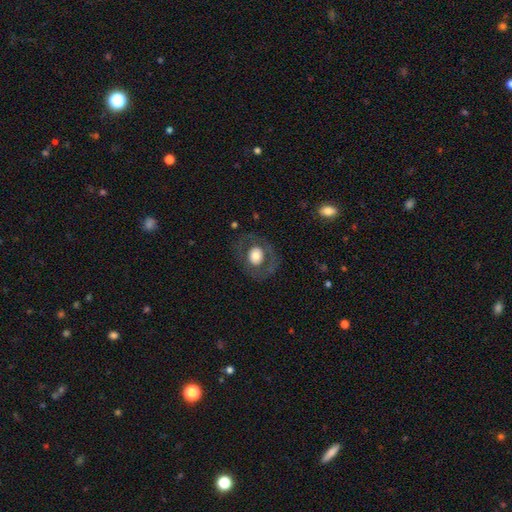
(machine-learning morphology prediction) smooth 57%, featured or disk 36%, star or artifact 8%. Down the decision tree: how rounded — round (61%); merging — none (77%).